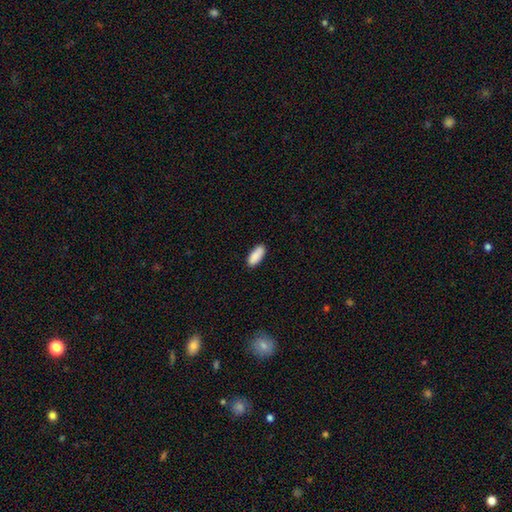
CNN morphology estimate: smooth_or_featured: smooth (p=0.90) [alt: star or artifact p=0.06]
how_rounded: in between (p=0.81) [alt: cigar-shaped p=0.17]
merging: none (p=0.88) [alt: minor disturbance p=0.09]